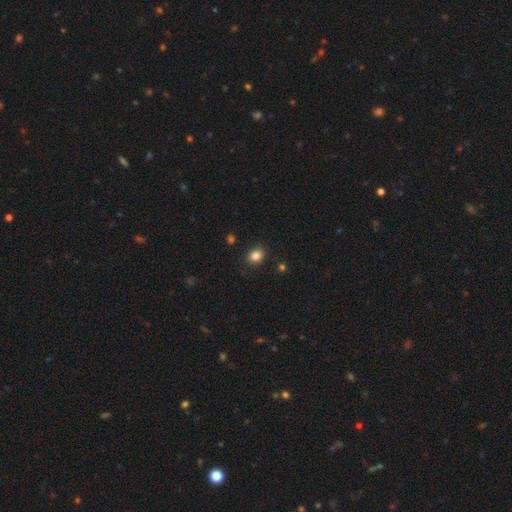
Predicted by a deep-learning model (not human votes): The model was most divided on "how rounded": round: 55%, in between: 44%, cigar-shaped: 1%. More confident: merging — none (86%); smooth or featured — smooth (85%).